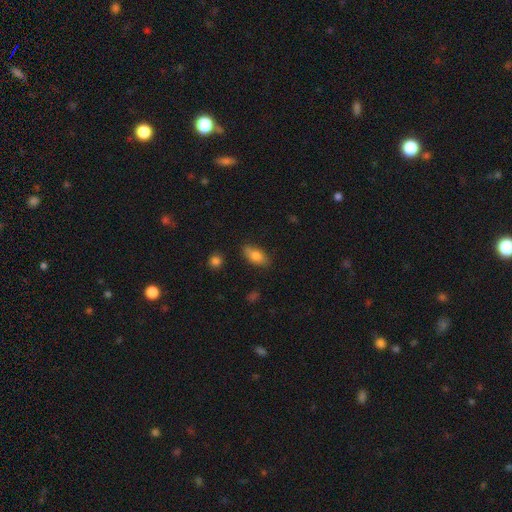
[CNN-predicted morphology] A smooth galaxy with no disk features (78%) that is in between round and cigar-shaped (86%).

Vote fractions:
- Smooth or featured? smooth: 78% / featured or disk: 14% / star or artifact: 8%
- How rounded? in between: 86% / cigar-shaped: 10% / round: 4%
- Merging? none: 81% / minor disturbance: 14% / major disturbance: 3% / merger: 2%